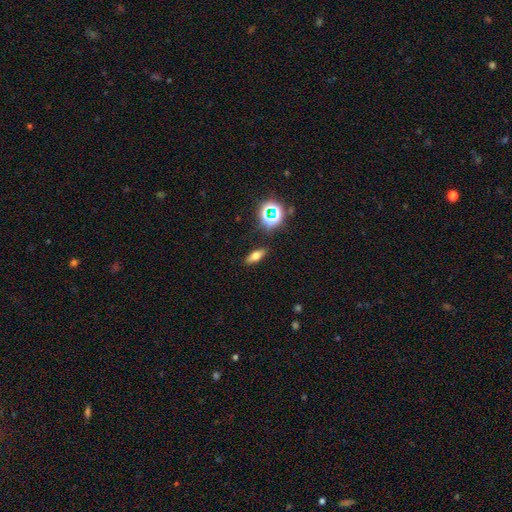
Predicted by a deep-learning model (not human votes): Smooth or featured?
  - smooth: 62% *
  - featured or disk: 21%
  - star or artifact: 17%
How rounded?
  - in between: 63% *
  - cigar-shaped: 29%
  - round: 8%
Merging?
  - none: 87% *
  - minor disturbance: 8%
  - major disturbance: 3%
  - merger: 2%